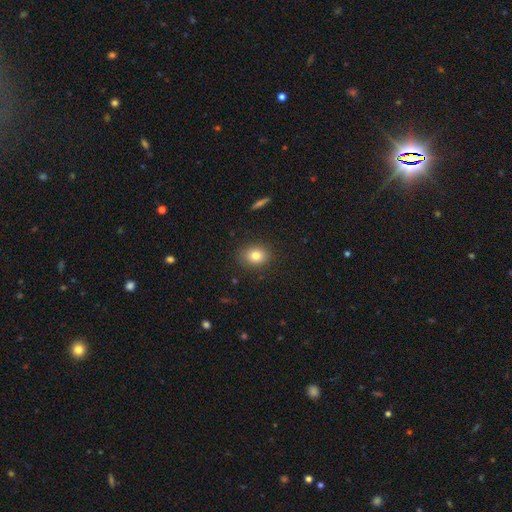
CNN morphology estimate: Smooth or featured?
  - smooth: 80% *
  - star or artifact: 11%
  - featured or disk: 10%
How rounded?
  - in between: 52% *
  - round: 47%
  - cigar-shaped: 1%
Merging?
  - none: 87% *
  - minor disturbance: 9%
  - major disturbance: 3%
  - merger: 1%